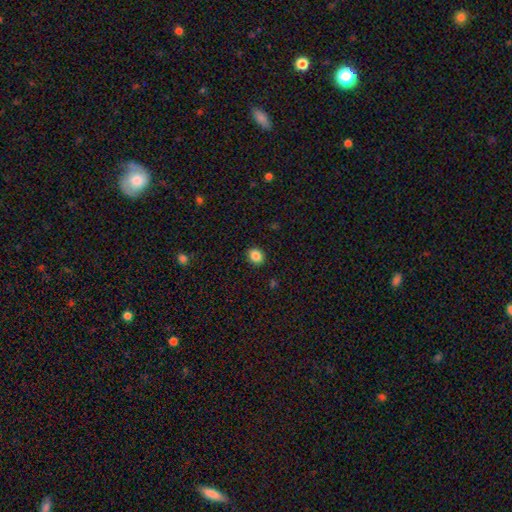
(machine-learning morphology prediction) A smooth galaxy with no disk features (86%) that is round (64%). Merging: none (91%).